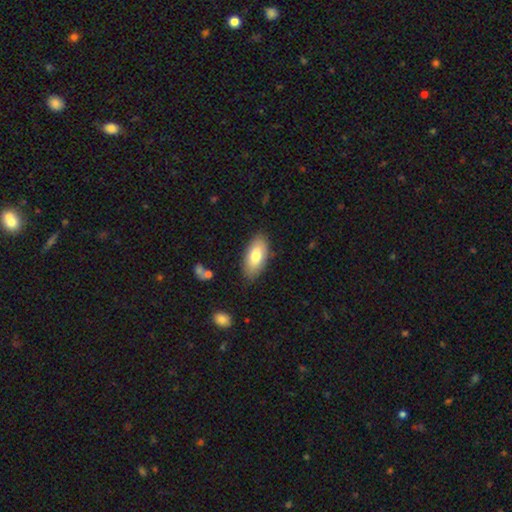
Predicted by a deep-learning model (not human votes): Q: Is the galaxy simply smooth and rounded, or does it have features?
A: smooth — 76%.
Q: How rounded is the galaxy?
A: in between — 91%.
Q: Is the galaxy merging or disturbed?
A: none — 82%.